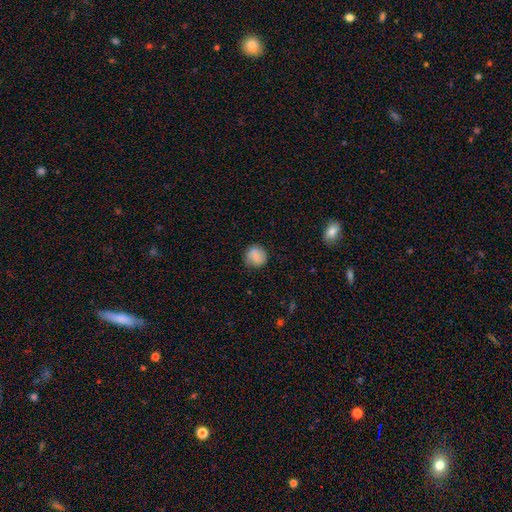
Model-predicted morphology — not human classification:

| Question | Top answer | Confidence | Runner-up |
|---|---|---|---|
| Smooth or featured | smooth | 68% | featured or disk (23%) |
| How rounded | round | 87% | in between (12%) |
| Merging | none | 79% | minor disturbance (15%) |